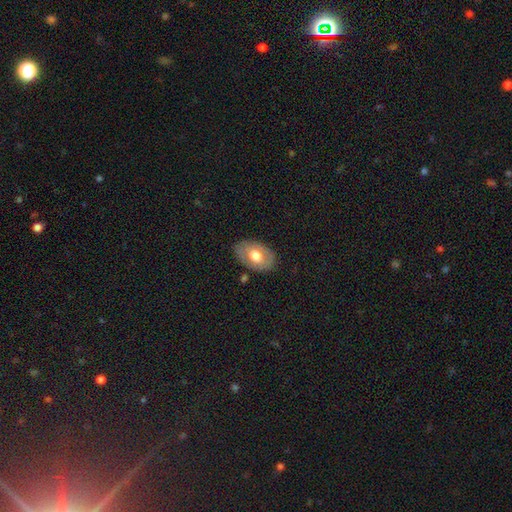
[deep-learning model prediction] smooth 59%, featured or disk 35%, star or artifact 6%. Down the decision tree: how rounded — in between (87%); merging — none (81%).